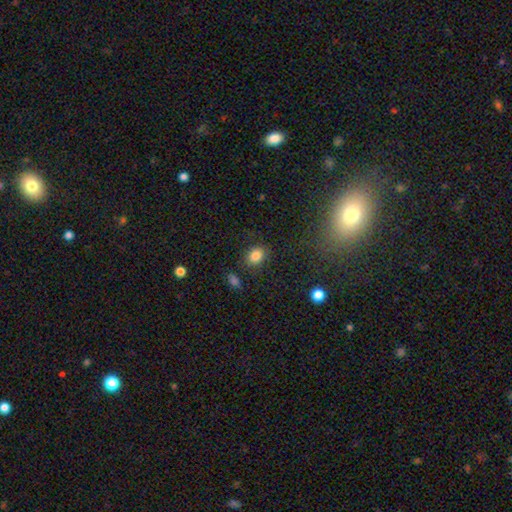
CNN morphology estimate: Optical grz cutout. It shows a smooth galaxy with no disk features (84%) that is in between round and cigar-shaped (55%). Merging: none (81%).